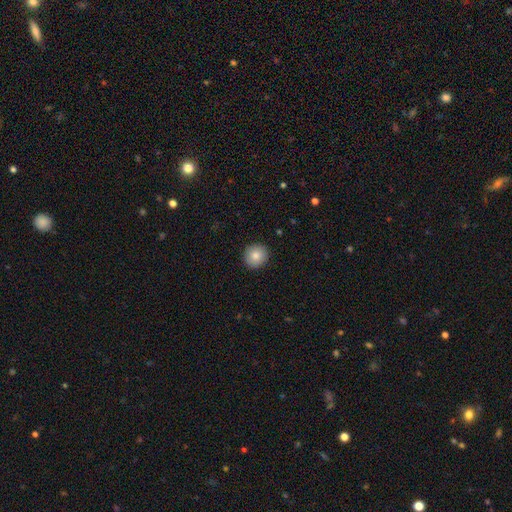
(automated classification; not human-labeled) smooth 84%, star or artifact 9%, featured or disk 8%. Down the decision tree: how rounded — round (90%); merging — none (92%).